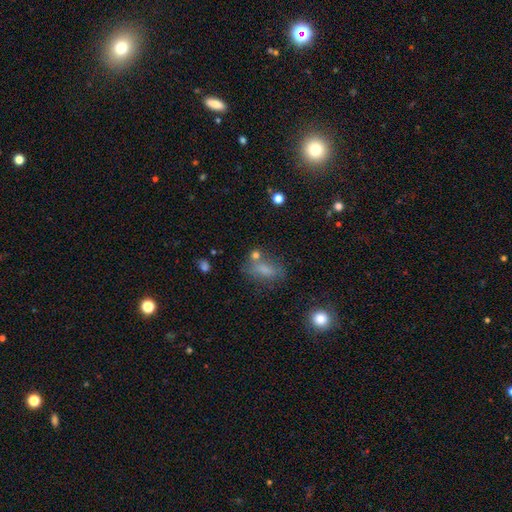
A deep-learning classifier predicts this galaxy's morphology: Overall: smooth (56%; star or artifact 24%). How rounded: in between (68%). Merging: none (61%).